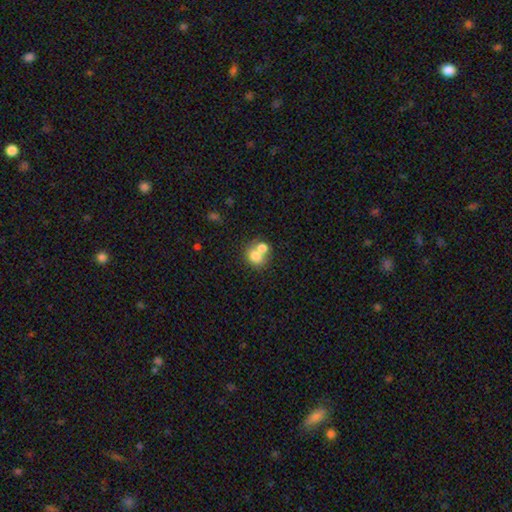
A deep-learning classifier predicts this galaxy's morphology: Smooth or featured? smooth (74%)
How rounded? round (64%)
Merging? merger (58%)